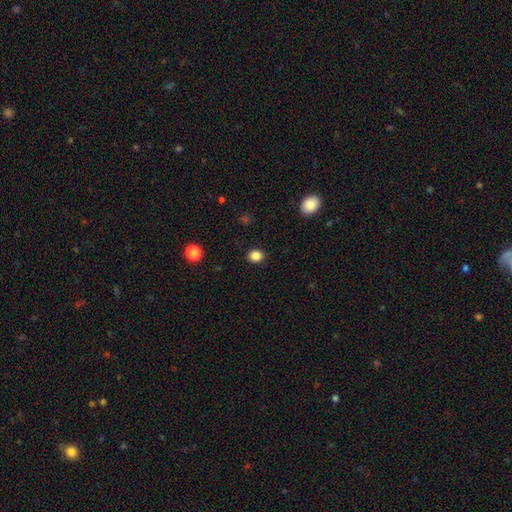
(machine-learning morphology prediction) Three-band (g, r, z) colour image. It shows a smooth galaxy with no disk features (85%) that is round (68%). Merging: none (90%).